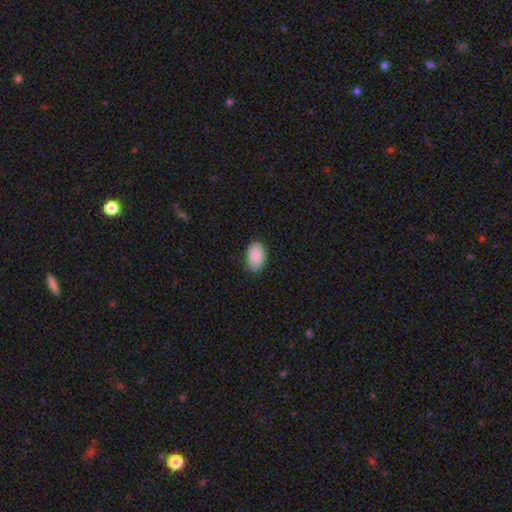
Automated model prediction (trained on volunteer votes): Morphology: type=smooth (89%); roundness=in between (90%); merging=none (84%).